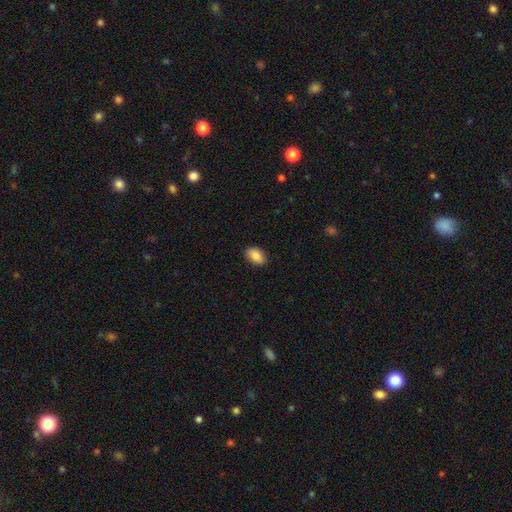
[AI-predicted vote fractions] Smooth or featured? smooth (88%)
How rounded? in between (90%)
Merging? none (88%)